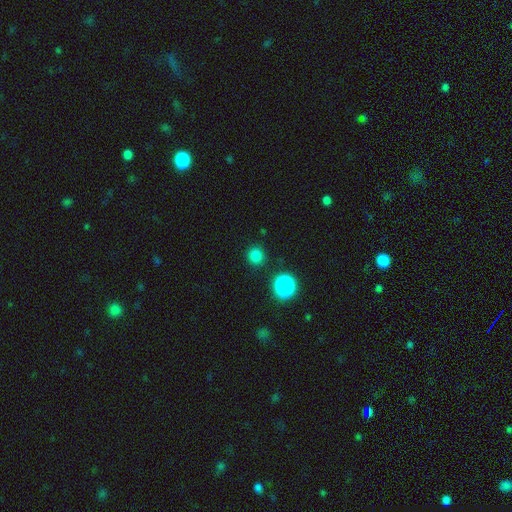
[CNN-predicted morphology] Smooth or featured? smooth (80%)
How rounded? round (93%)
Merging? none (89%)